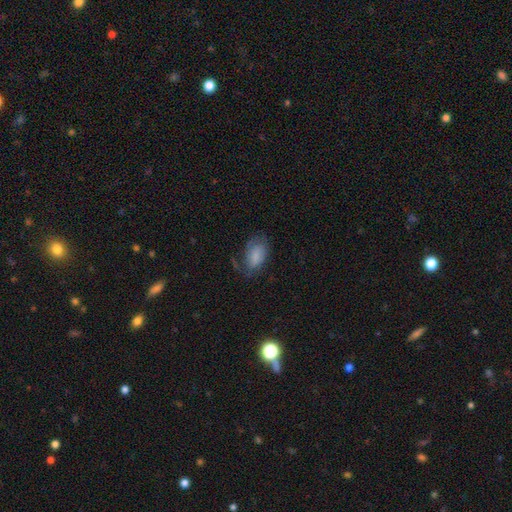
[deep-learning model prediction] A smooth galaxy with no disk features (68%) that is in between round and cigar-shaped (91%). Merging: none (48%).